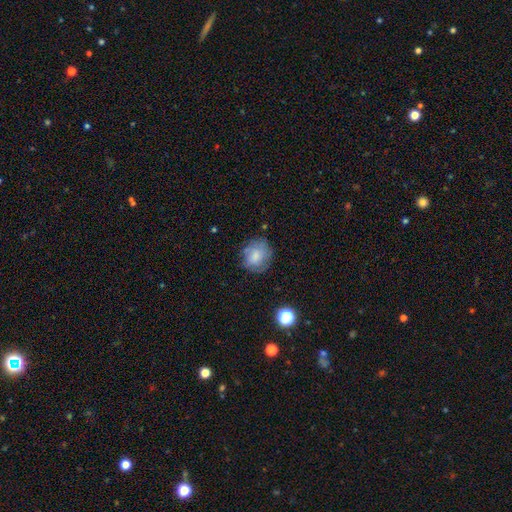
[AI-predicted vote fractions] This is likely a smooth galaxy (67%). How rounded: likely round (69%). Merging: likely none (68%).